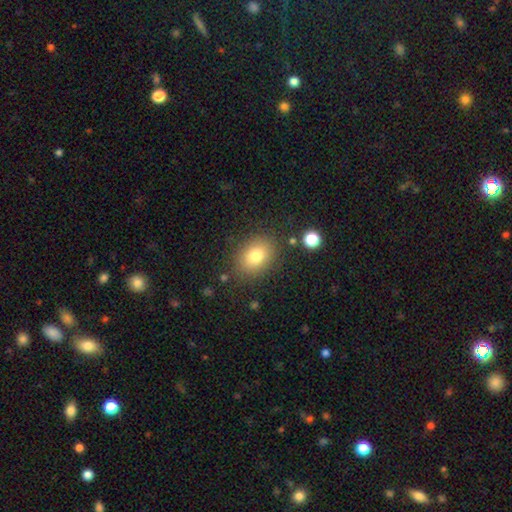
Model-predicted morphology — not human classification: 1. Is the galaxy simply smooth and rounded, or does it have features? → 79% smooth, 11% star or artifact, 10% featured or disk.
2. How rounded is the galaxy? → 58% in between, 41% round, 1% cigar-shaped.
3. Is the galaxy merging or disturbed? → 81% none, 11% minor disturbance, 5% major disturbance, 3% merger.